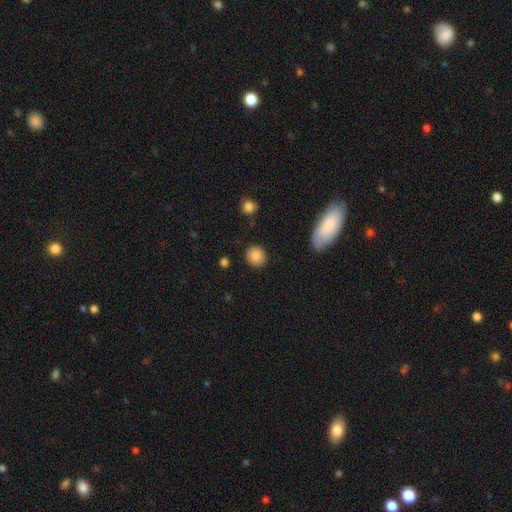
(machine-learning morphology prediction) Smooth or featured? smooth (85%)
How rounded? round (88%)
Merging? none (90%)